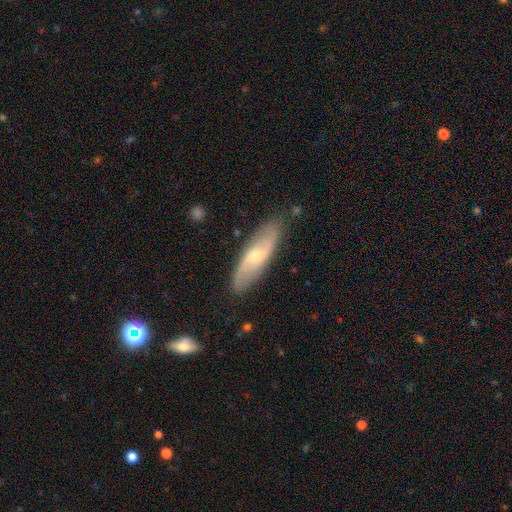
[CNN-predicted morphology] Smooth or featured?
  - featured or disk: 62% *
  - smooth: 33%
  - star or artifact: 6%
Edge-on disk?
  - no: 77% *
  - yes: 23%
Merging?
  - none: 82% *
  - minor disturbance: 13%
  - major disturbance: 3%
  - merger: 2%